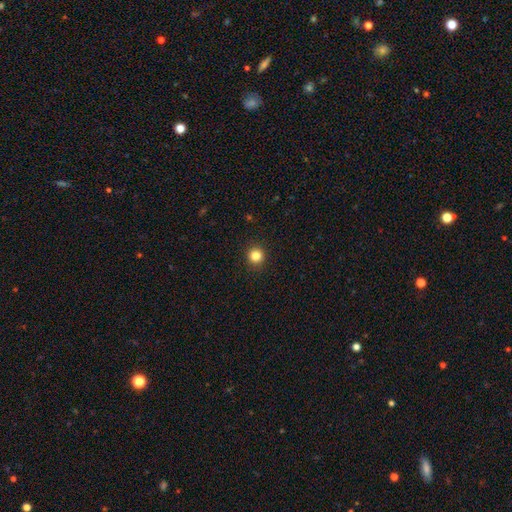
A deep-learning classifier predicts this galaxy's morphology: The model was most divided on "smooth or featured": smooth: 83%, star or artifact: 13%, featured or disk: 5%. More confident: how rounded — round (94%); merging — none (93%).